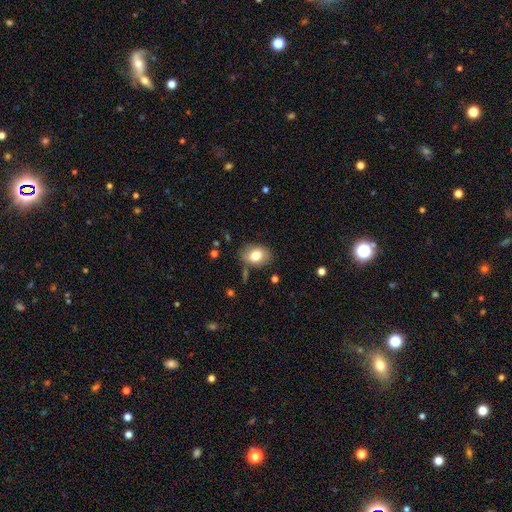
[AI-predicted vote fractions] This appears to be a smooth galaxy with no disk features (78%) that is in between round and cigar-shaped (74%). Merging: none (79%).